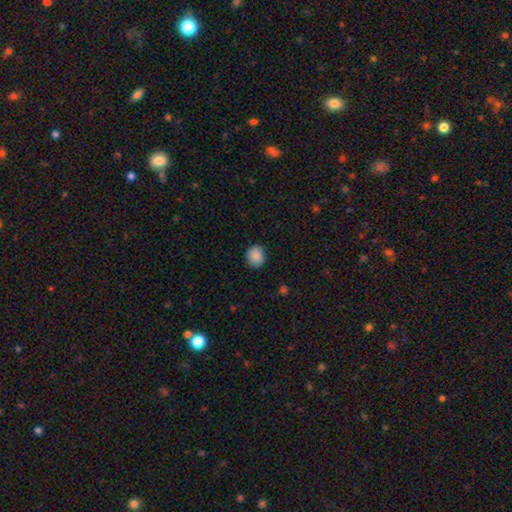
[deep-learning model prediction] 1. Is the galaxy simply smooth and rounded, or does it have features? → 88% smooth, 8% star or artifact, 3% featured or disk.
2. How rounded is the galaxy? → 84% round, 15% in between, 1% cigar-shaped.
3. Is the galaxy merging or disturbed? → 88% none, 9% minor disturbance, 2% major disturbance, 1% merger.